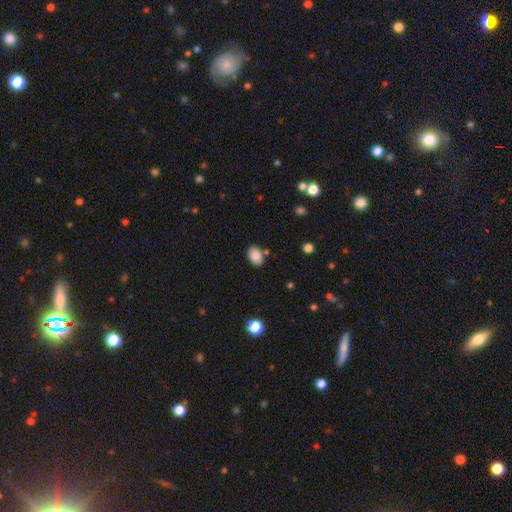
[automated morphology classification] The model was most divided on "how rounded": in between: 81%, round: 18%, cigar-shaped: 1%. More confident: smooth or featured — smooth (86%); merging — none (77%).